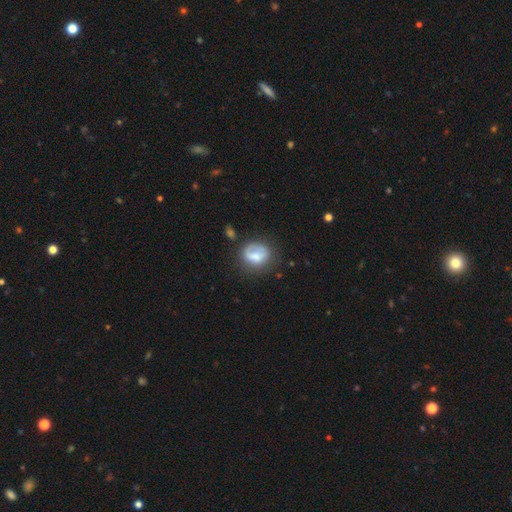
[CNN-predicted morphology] Smooth or featured? Predicted: smooth (p=0.63). How rounded? Predicted: round (p=0.60). Merging? Predicted: none (p=0.51).